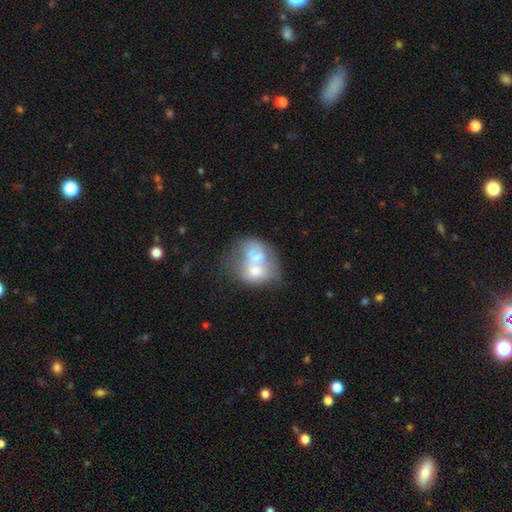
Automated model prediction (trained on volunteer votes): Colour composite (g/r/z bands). It shows a smooth galaxy with no disk features (52%) that is in between round and cigar-shaped (58%). Merging: merger (67%).